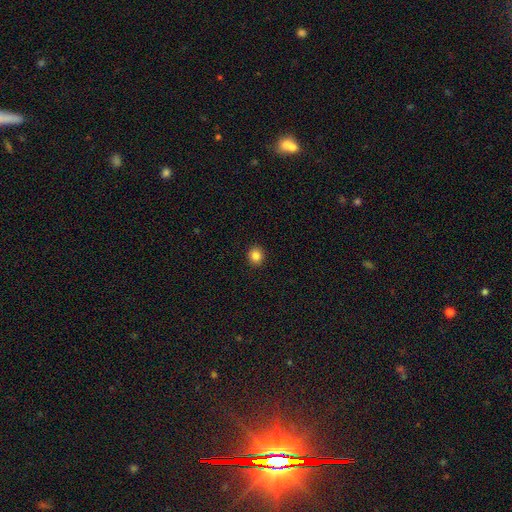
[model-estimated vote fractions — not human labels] Smooth or featured? Predicted: smooth (p=0.85). How rounded? Predicted: round (p=0.85). Merging? Predicted: none (p=0.92).